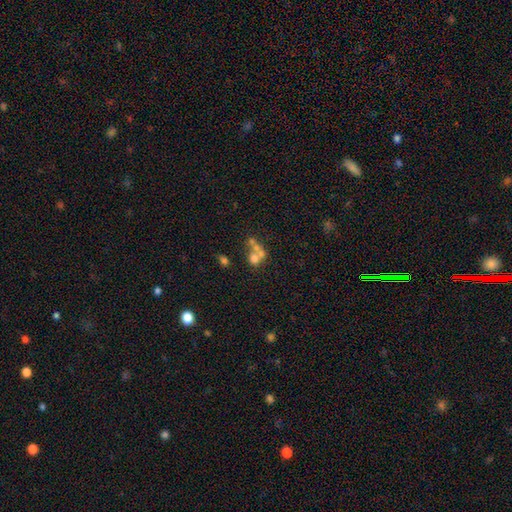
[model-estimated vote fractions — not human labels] The model was most divided on "smooth or featured": smooth: 53%, featured or disk: 29%, star or artifact: 17%. More confident: how rounded — round (64%); merging — merger (57%).